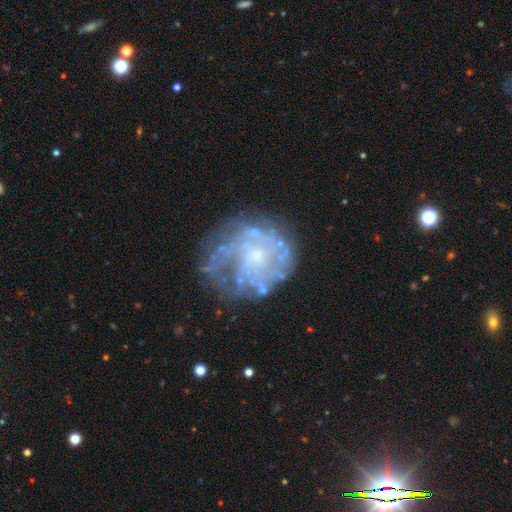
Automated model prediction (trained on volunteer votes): Smooth or featured? Predicted: featured or disk (p=0.74). Edge-on disk? Predicted: no (p=0.98). Bar? Predicted: no (p=0.80). Spiral arms? Predicted: yes (p=0.55). Bulge size? Predicted: small (p=0.60). Merging? Predicted: none (p=0.55).